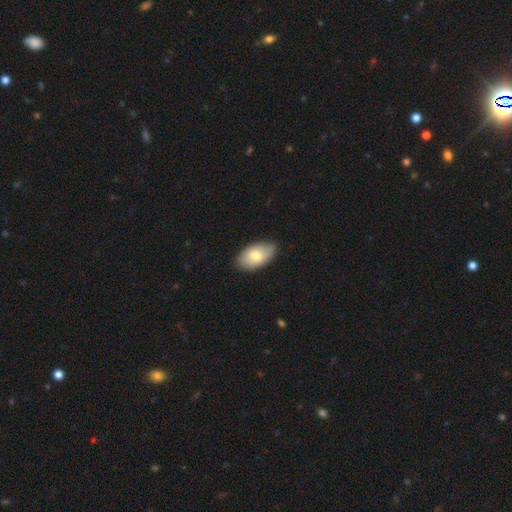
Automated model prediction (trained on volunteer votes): The model was most divided on "smooth or featured": smooth: 74%, featured or disk: 20%, star or artifact: 6%. More confident: how rounded — in between (94%); merging — none (82%).